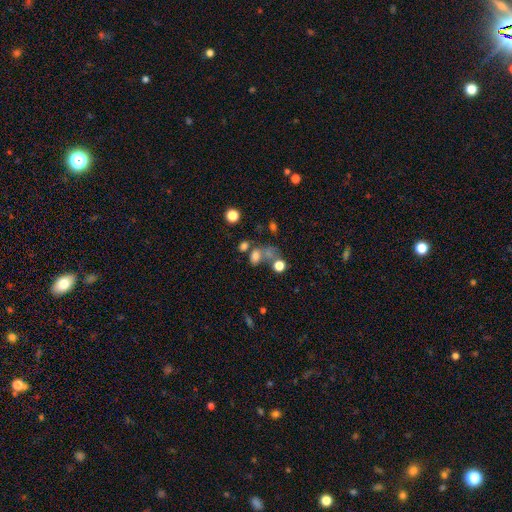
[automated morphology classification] smooth-or-featured: smooth: 68% | star or artifact: 18% | featured or disk: 14%
  how-rounded: in between: 72% | round: 26% | cigar-shaped: 2%
  merging: merger: 35% | none: 34% | major disturbance: 17% | minor disturbance: 14%